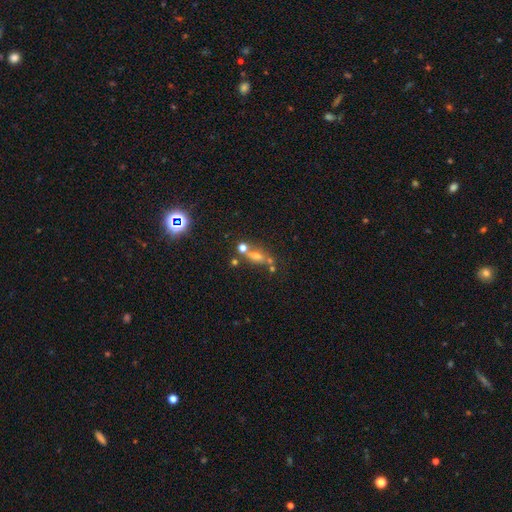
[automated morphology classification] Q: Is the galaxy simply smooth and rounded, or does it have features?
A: smooth — 43%.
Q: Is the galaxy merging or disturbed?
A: none — 50%.